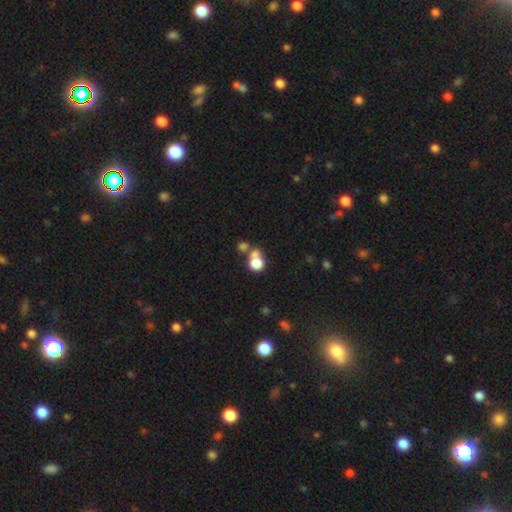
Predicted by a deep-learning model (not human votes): smooth_or_featured: smooth (p=0.74) [alt: star or artifact p=0.14]
how_rounded: round (p=0.76) [alt: in between p=0.23]
merging: merger (p=0.49) [alt: none p=0.38]